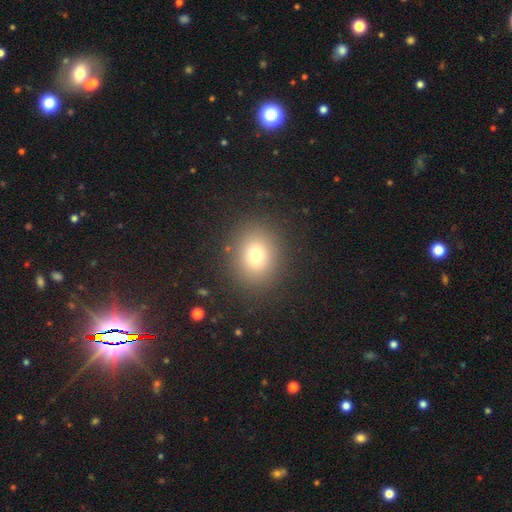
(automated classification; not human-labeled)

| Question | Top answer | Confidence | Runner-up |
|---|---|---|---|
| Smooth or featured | smooth | 74% | star or artifact (16%) |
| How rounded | round | 72% | in between (27%) |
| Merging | none | 88% | minor disturbance (7%) |